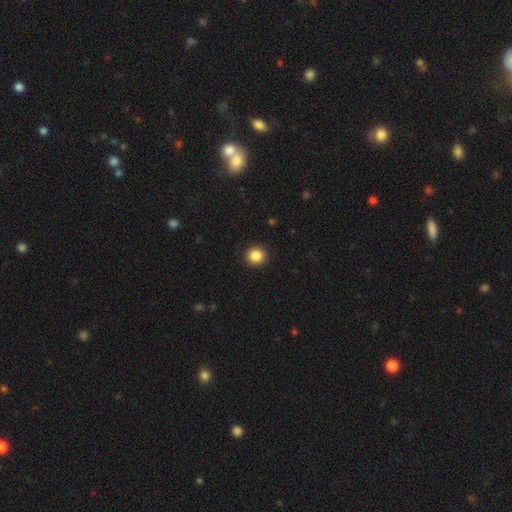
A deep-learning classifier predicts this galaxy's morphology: Smooth or featured: smooth — 87% (star or artifact — 10%)
How rounded: round — 94% (in between — 5%)
Merging: none — 93% (minor disturbance — 5%)